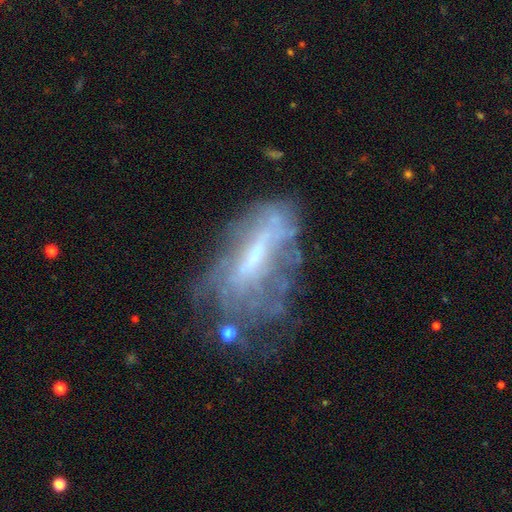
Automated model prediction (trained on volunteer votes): Smooth or featured? featured or disk (70%)
Edge-on disk? no (85%)
Bar? weak (39%)
Spiral arms? no (55%)
Bulge size? small (57%)
Merging? none (43%)